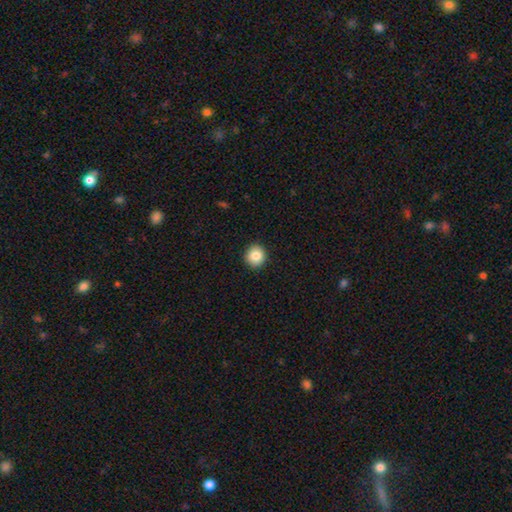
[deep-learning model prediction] Morphology: type=smooth (85%); roundness=round (86%); merging=none (92%).